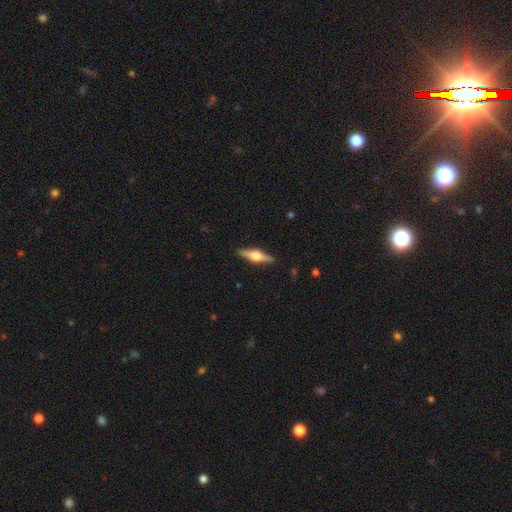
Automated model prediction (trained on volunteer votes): Overall: featured or disk (71%). Edge-on disk: yes (97%). Edge-on bulge: rounded (93%). Merging: none (90%).